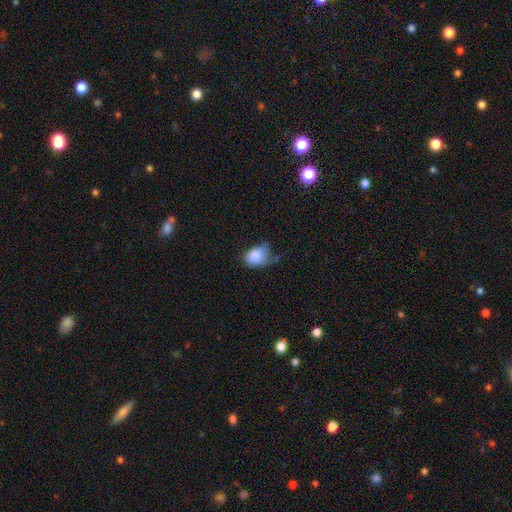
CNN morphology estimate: Smooth or featured? Predicted: smooth (p=0.81). How rounded? Predicted: in between (p=0.63). Merging? Predicted: minor disturbance (p=0.38).